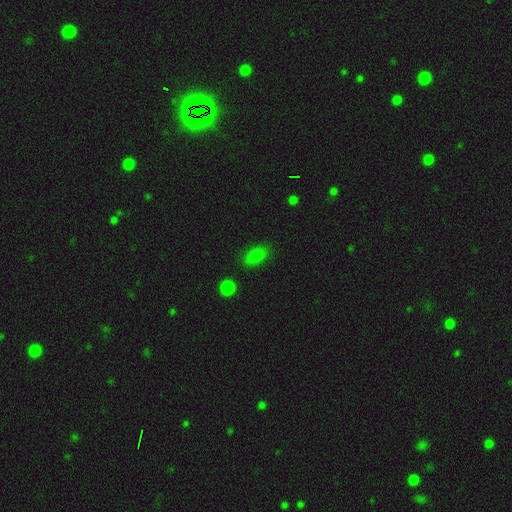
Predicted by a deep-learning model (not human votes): Overall: smooth (81%). How rounded: in between (87%). Merging: none (81%).